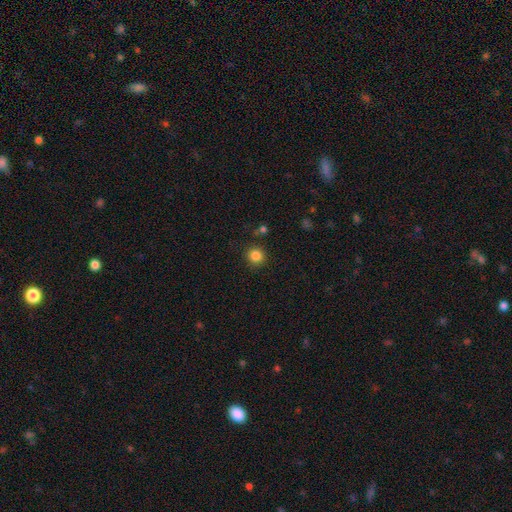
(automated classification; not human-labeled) Morphology: type=smooth (84%); roundness=round (94%); merging=none (88%).